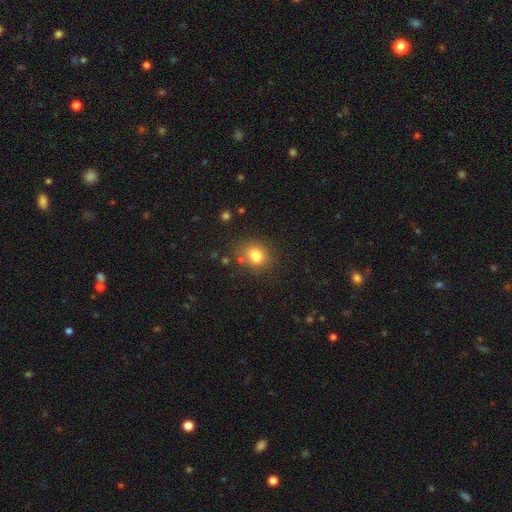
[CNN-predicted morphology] A smooth galaxy with no disk features (81%) that is round (58%). Merging: none (72%).